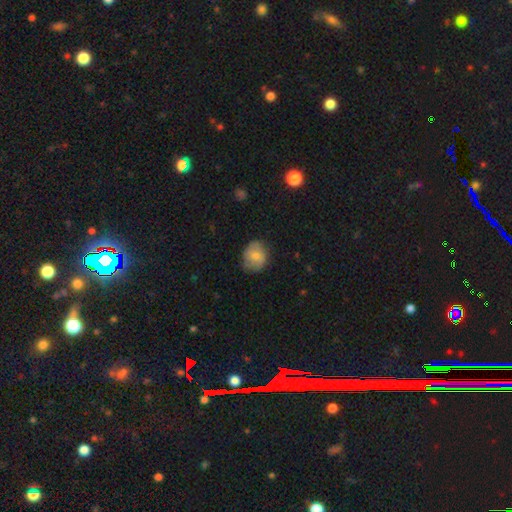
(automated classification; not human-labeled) smooth-or-featured: smooth: 66% | featured or disk: 27% | star or artifact: 7%
  how-rounded: round: 63% | in between: 36% | cigar-shaped: 1%
  merging: none: 68% | minor disturbance: 24% | major disturbance: 6% | merger: 1%